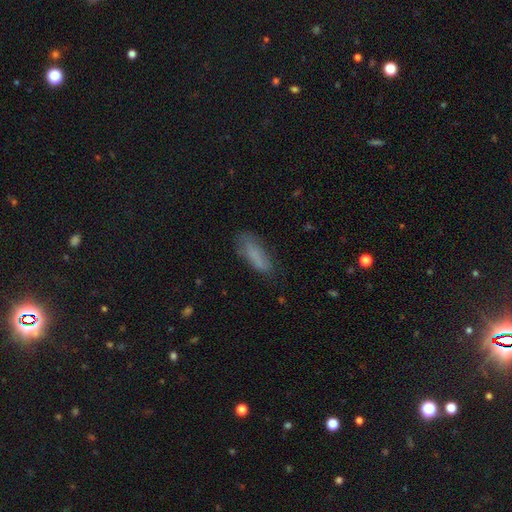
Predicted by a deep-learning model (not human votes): This appears to be a smooth galaxy with no disk features (79%) that is in between round and cigar-shaped (55%). Merging: none (68%).